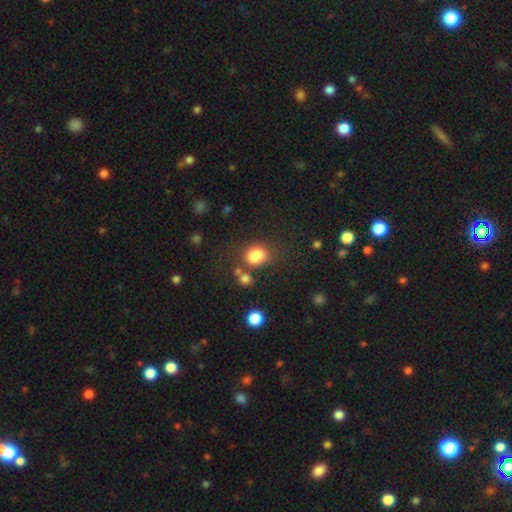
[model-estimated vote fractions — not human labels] A smooth galaxy with no disk features (81%) that is in between round and cigar-shaped (51%).

Vote fractions:
- Smooth or featured? smooth: 81% / star or artifact: 13% / featured or disk: 7%
- How rounded? in between: 51% / round: 48% / cigar-shaped: 1%
- Merging? none: 53% / minor disturbance: 20% / merger: 16% / major disturbance: 11%